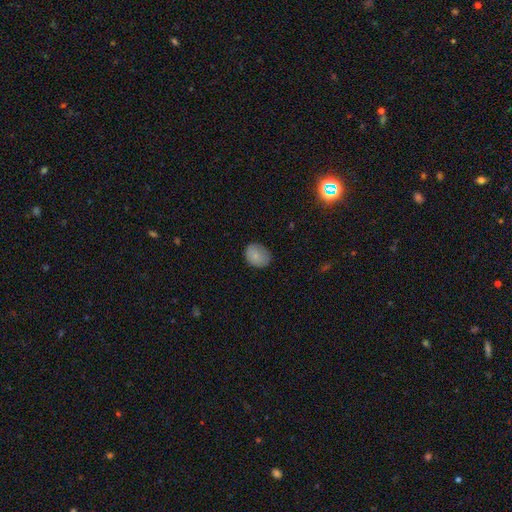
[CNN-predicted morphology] Smooth or featured?
  - smooth: 83% *
  - featured or disk: 8%
  - star or artifact: 8%
How rounded?
  - in between: 52% *
  - round: 47%
  - cigar-shaped: 1%
Merging?
  - none: 76% *
  - minor disturbance: 19%
  - major disturbance: 4%
  - merger: 1%